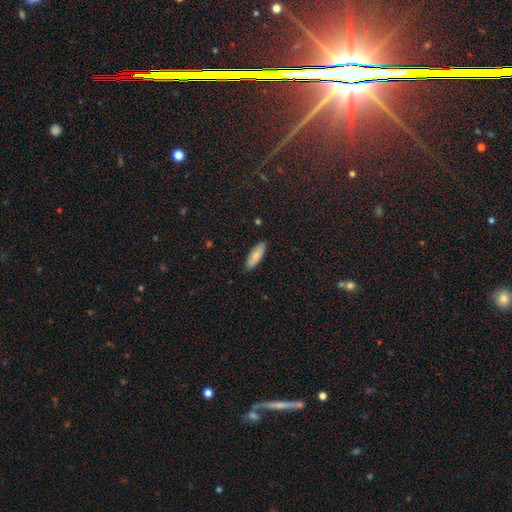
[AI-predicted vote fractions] Morphology: type=smooth (85%); roundness=in between (53%); merging=none (89%).